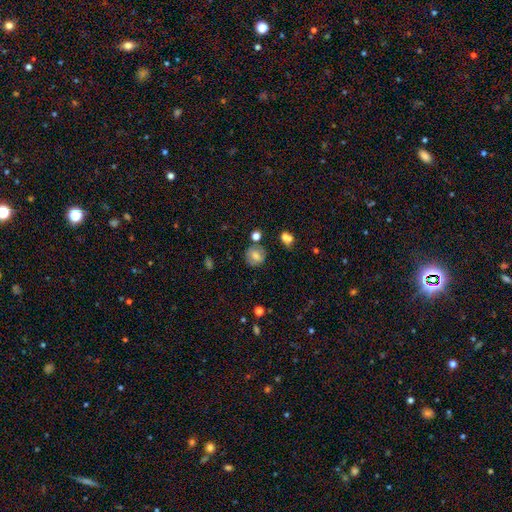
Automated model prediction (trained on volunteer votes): A smooth galaxy with no disk features (67%) that is round (72%). Merging: none (72%).